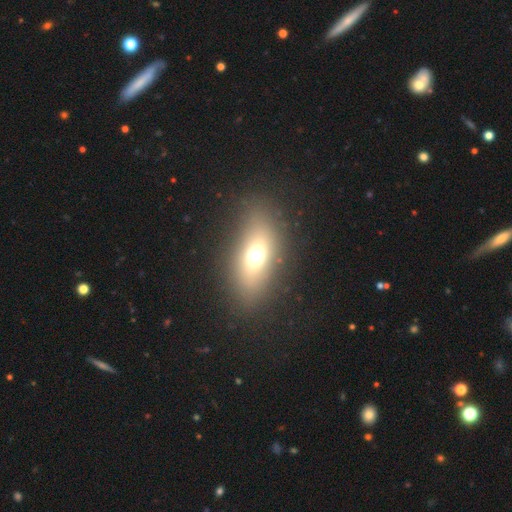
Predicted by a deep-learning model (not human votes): The model was most divided on "smooth or featured": smooth: 60%, featured or disk: 22%, star or artifact: 18%. More confident: merging — none (83%); how rounded — in between (74%).